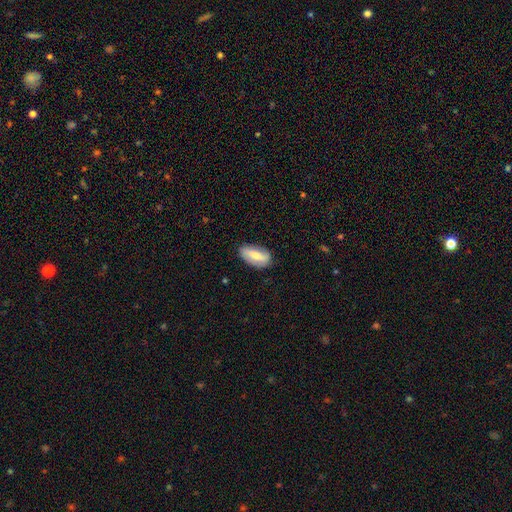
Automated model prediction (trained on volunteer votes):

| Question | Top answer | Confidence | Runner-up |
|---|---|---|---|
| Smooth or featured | smooth | 53% | featured or disk (40%) |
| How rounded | in between | 87% | cigar-shaped (9%) |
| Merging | none | 81% | minor disturbance (15%) |